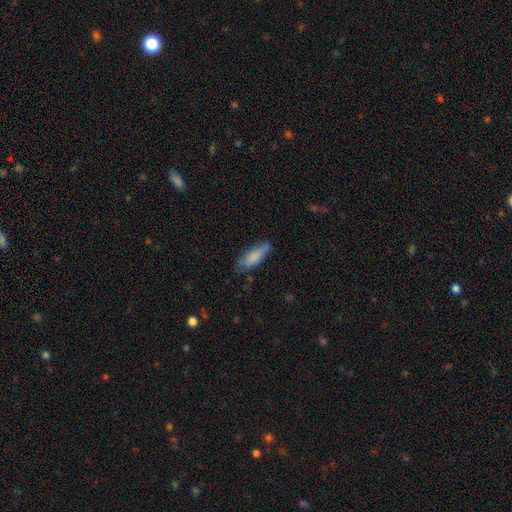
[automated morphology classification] This appears to be a smooth galaxy with no disk features (79%) that is in between round and cigar-shaped (60%). Merging: none (58%).